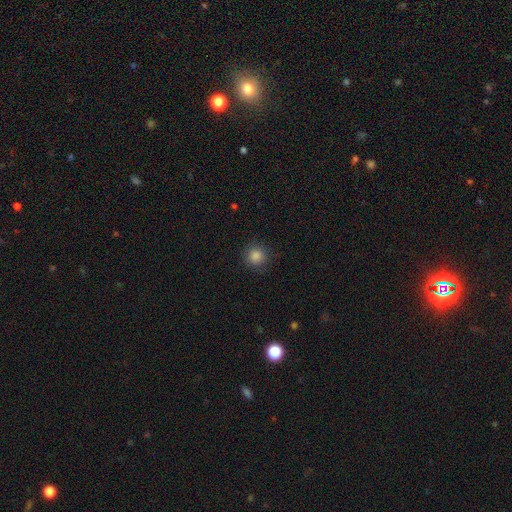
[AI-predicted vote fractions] The model was most divided on "smooth or featured": smooth: 85%, star or artifact: 11%, featured or disk: 4%. More confident: how rounded — round (94%); merging — none (88%).